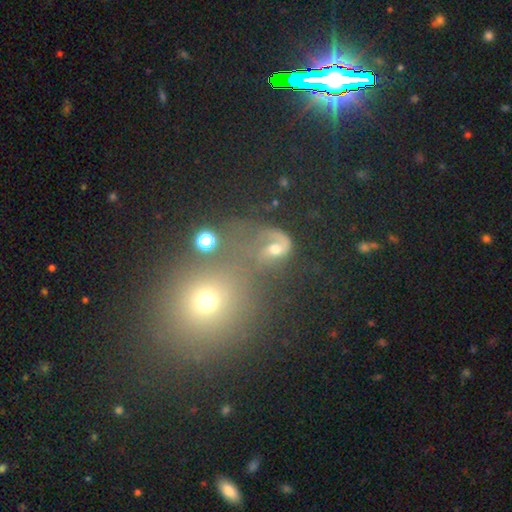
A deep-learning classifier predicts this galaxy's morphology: Q: Smooth or featured?
A: star or artifact (44%); tied with: smooth (44%)